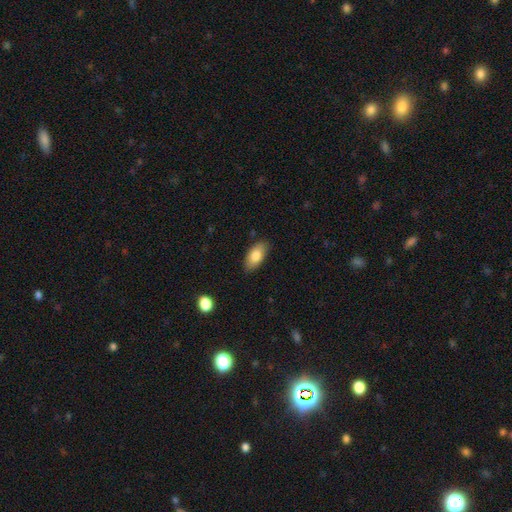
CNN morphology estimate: A smooth galaxy with no disk features (82%) that is in between round and cigar-shaped (91%). Merging: none (84%).